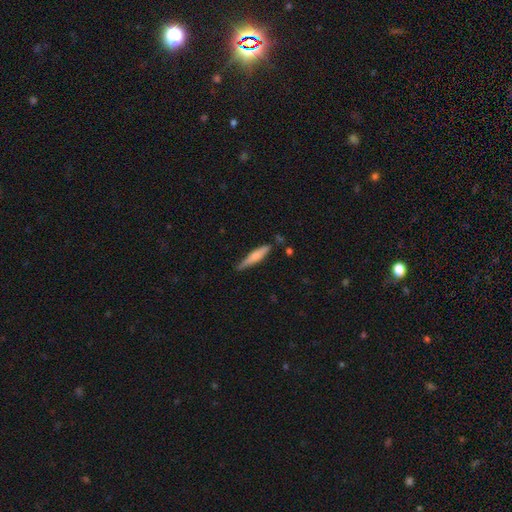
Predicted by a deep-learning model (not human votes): smooth 63%, featured or disk 31%, star or artifact 6%. Down the decision tree: how rounded — cigar-shaped (87%); merging — none (76%).